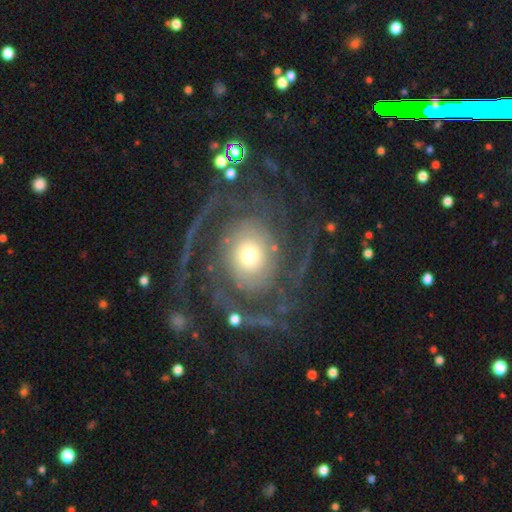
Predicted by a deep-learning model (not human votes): Smooth or featured? Predicted: featured or disk (p=0.85). Edge-on disk? Predicted: no (p=0.97). Bar? Predicted: no (p=0.83). Spiral arms? Predicted: yes (p=0.91). Spiral winding? Predicted: tight (p=0.47). Spiral arm count? Predicted: 2 (p=0.36). Bulge size? Predicted: moderate (p=0.53). Merging? Predicted: none (p=0.63).